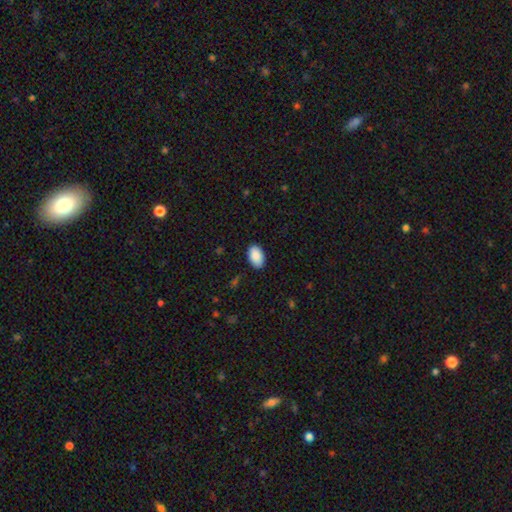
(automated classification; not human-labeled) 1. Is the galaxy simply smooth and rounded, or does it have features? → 90% smooth, 6% star or artifact, 4% featured or disk.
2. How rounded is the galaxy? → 93% in between, 5% round, 1% cigar-shaped.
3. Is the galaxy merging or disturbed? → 88% none, 9% minor disturbance, 2% major disturbance, 1% merger.